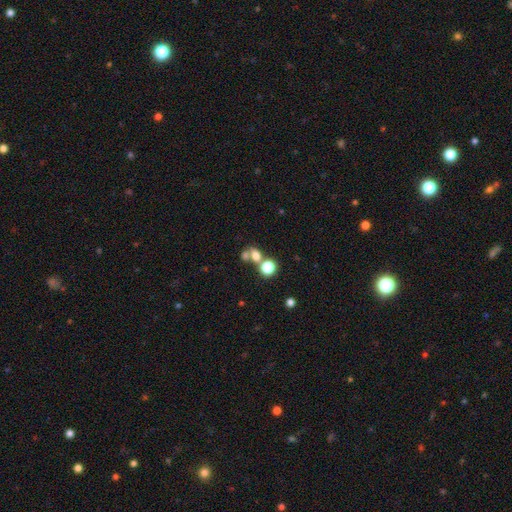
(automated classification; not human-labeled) smooth_or_featured: smooth (p=0.66) [alt: star or artifact p=0.18]
how_rounded: round (p=0.59) [alt: in between p=0.39]
merging: merger (p=0.47) [alt: none p=0.36]